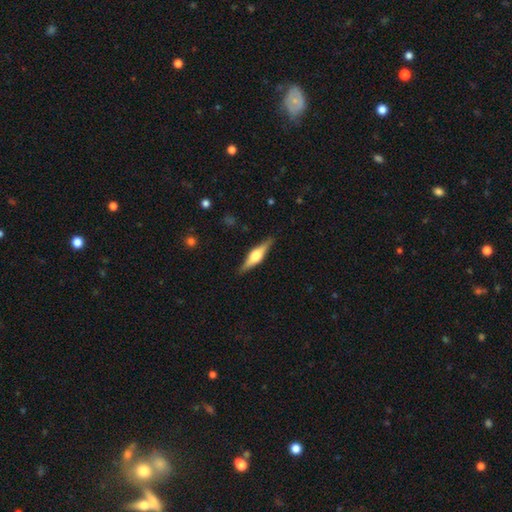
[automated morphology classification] Smooth or featured? Predicted: featured or disk (p=0.69). Edge-on disk? Predicted: yes (p=0.97). Edge-on bulge? Predicted: rounded (p=0.91). Merging? Predicted: none (p=0.89).